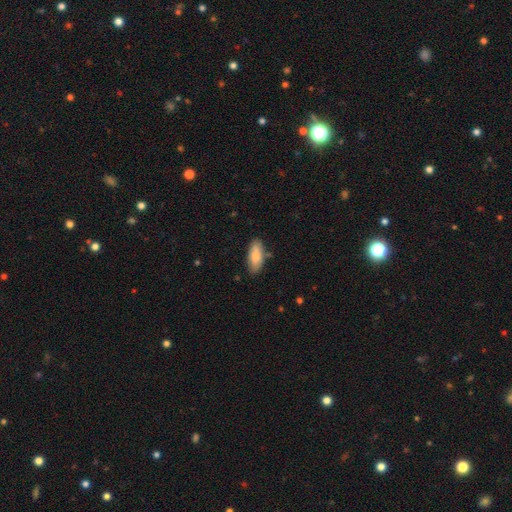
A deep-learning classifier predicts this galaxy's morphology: This appears to be a smooth galaxy with no disk features (82%) that is in between round and cigar-shaped (79%). Merging: none (78%).